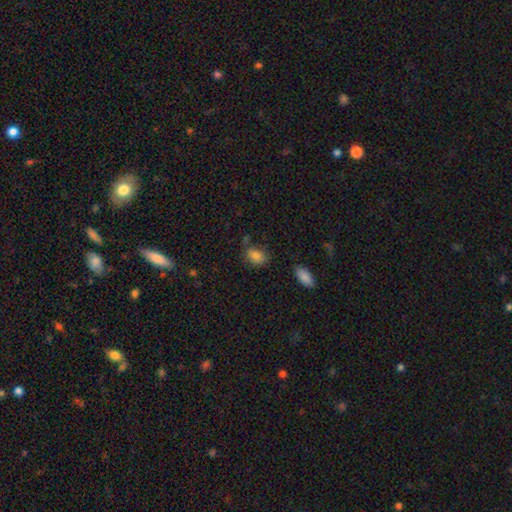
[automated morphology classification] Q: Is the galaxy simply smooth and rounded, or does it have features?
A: smooth — 84%.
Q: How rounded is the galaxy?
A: in between — 79%.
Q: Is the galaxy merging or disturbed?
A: none — 67%.